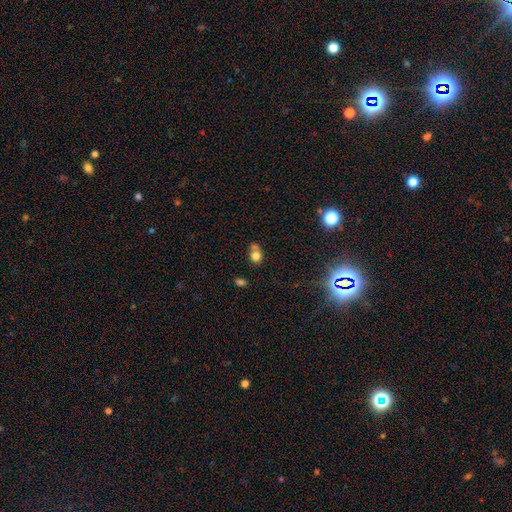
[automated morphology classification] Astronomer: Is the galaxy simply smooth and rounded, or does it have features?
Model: smooth — 77%.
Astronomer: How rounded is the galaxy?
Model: round — 66%.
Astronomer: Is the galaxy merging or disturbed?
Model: none — 43% (runner-up: merger, 36%).